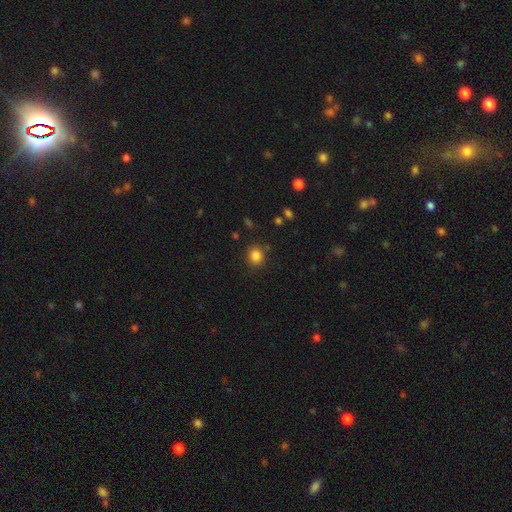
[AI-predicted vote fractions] This is clearly a smooth galaxy (84%). How rounded: likely round (78%). Merging: clearly none (85%).